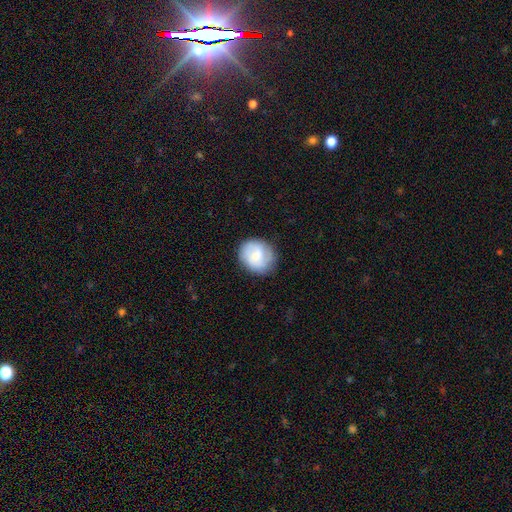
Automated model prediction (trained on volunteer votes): A smooth galaxy with no disk features (56%) that is round (74%). Merging: none (76%).